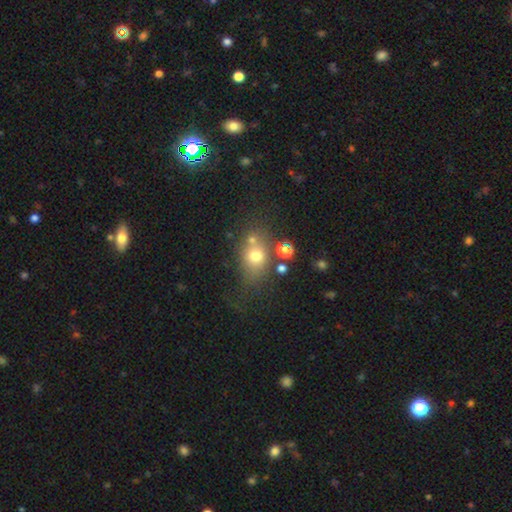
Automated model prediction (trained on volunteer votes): The model was most divided on "how rounded": in between: 50%, round: 47%, cigar-shaped: 2%. More confident: smooth or featured — smooth (67%); merging — none (55%).